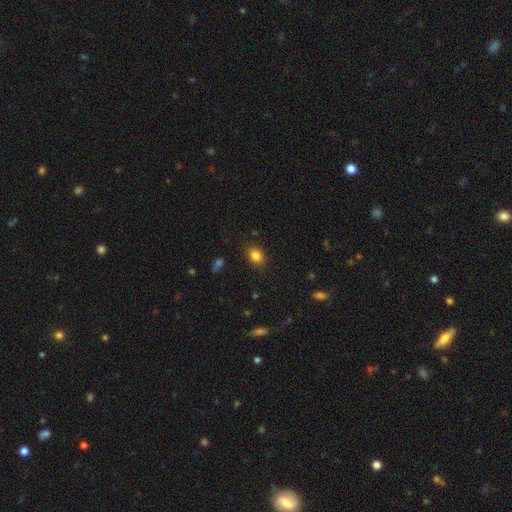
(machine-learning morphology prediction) smooth_or_featured: smooth (p=0.84) [alt: star or artifact p=0.11]
how_rounded: in between (p=0.61) [alt: round p=0.38]
merging: none (p=0.84) [alt: minor disturbance p=0.12]